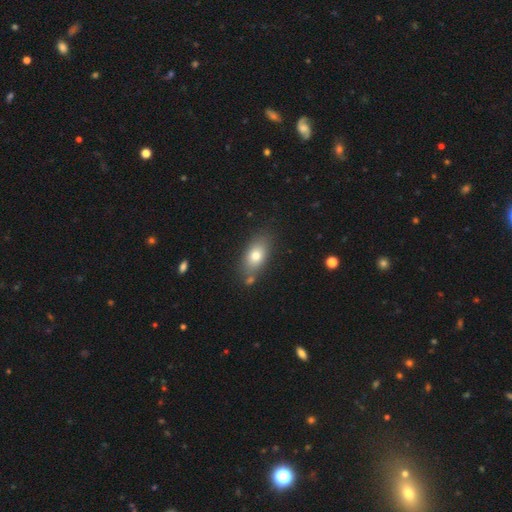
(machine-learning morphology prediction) Overall: smooth (77%). How rounded: in between (85%). Merging: none (74%).